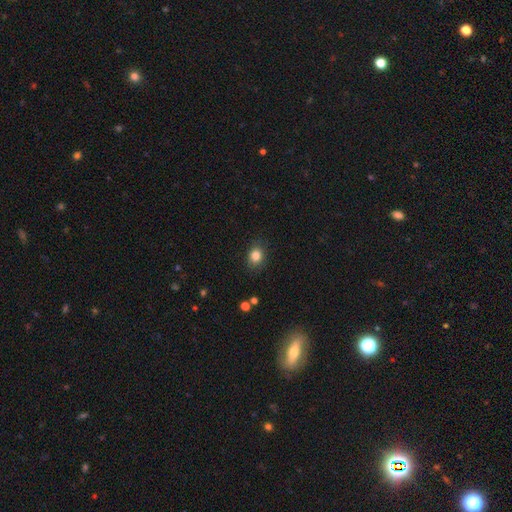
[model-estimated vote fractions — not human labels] smooth 84%, star or artifact 10%, featured or disk 6%. Down the decision tree: how rounded — round (53%); merging — none (83%).